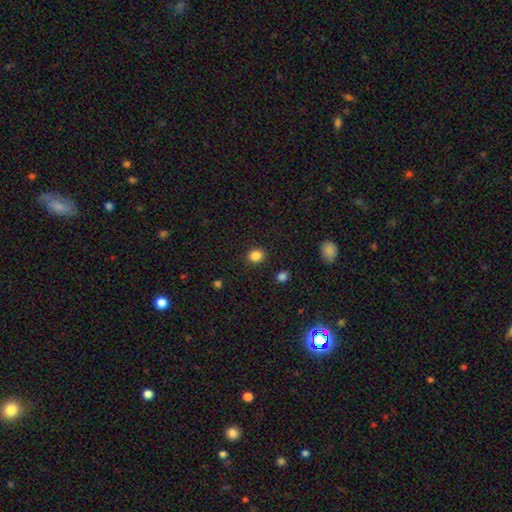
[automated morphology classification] This is clearly a smooth galaxy (85%). How rounded: likely round (71%). Merging: clearly none (89%).